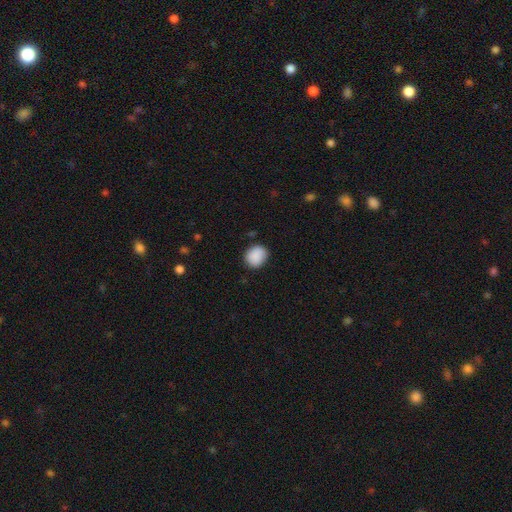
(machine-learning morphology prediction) This is clearly a smooth galaxy (89%). How rounded: likely round (69%). Merging: clearly none (82%).